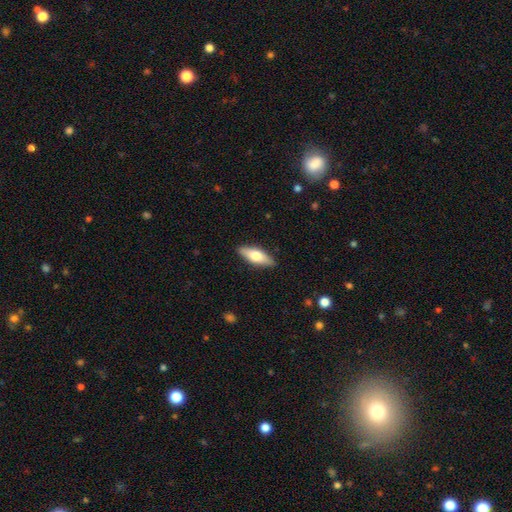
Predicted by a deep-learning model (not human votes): Smooth or featured?
  - smooth: 62% *
  - featured or disk: 32%
  - star or artifact: 6%
How rounded?
  - in between: 65% *
  - cigar-shaped: 33%
  - round: 2%
Merging?
  - none: 87% *
  - minor disturbance: 10%
  - major disturbance: 2%
  - merger: 1%